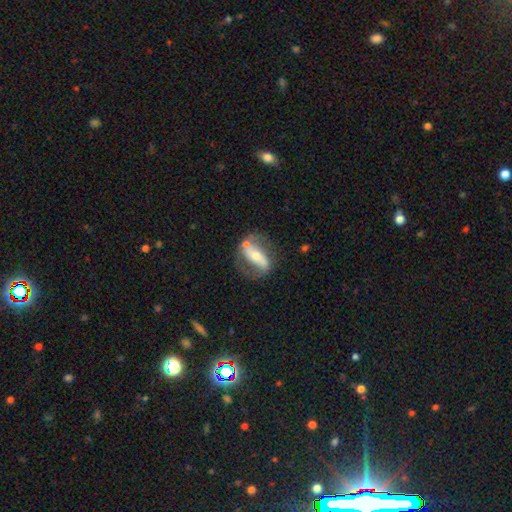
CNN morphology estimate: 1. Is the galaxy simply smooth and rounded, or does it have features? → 68% featured or disk, 26% smooth, 6% star or artifact.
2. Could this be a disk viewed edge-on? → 85% no, 15% yes.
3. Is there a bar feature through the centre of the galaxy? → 55% strong, 25% no, 20% weak.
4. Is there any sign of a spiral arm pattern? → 63% yes, 37% no.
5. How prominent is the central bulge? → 51% moderate, 38% small, 7% large, 2% none, 2% dominant.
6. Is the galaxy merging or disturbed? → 57% none, 20% minor disturbance, 15% major disturbance, 9% merger.